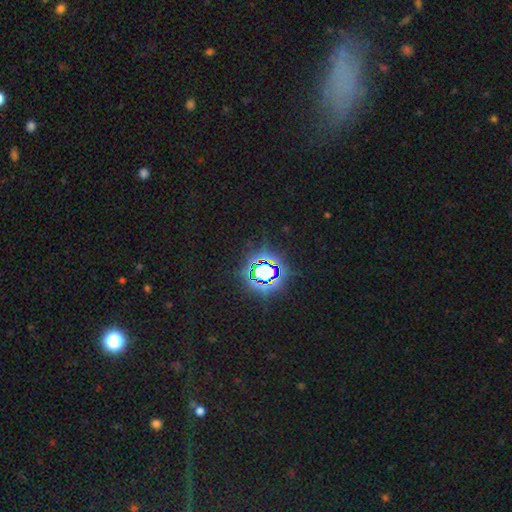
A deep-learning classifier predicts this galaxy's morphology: This is likely a star or artifact rather than a galaxy (72%).